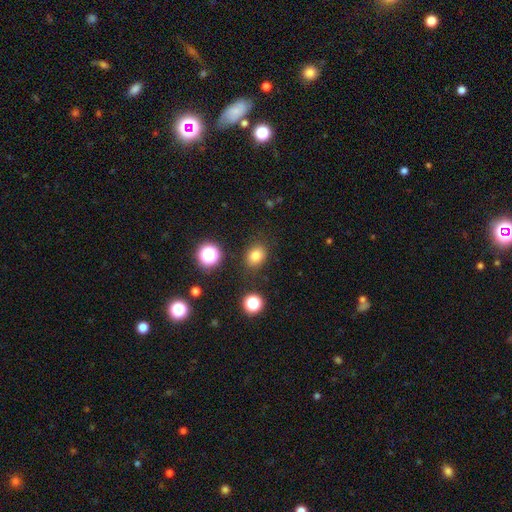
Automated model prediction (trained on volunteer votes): Smooth or featured? smooth (79%)
How rounded? round (52%)
Merging? none (84%)